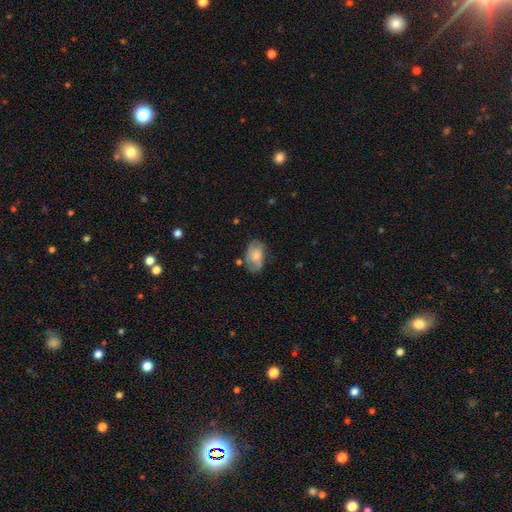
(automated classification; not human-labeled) A smooth galaxy with no disk features (53%) that is in between round and cigar-shaped (87%).

Vote fractions:
- Smooth or featured? smooth: 53% / featured or disk: 40% / star or artifact: 8%
- How rounded? in between: 87% / round: 11% / cigar-shaped: 2%
- Merging? none: 54% / minor disturbance: 29% / major disturbance: 13% / merger: 4%